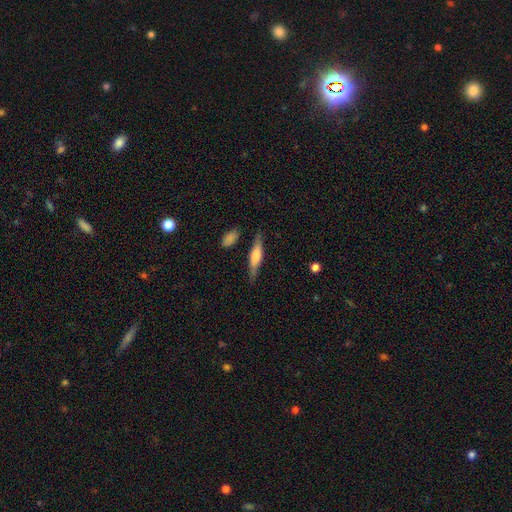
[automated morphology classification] Q: Smooth or featured?
A: featured or disk (48%); runner-up: smooth (46%)
Q: Merging?
A: none (81%); runner-up: minor disturbance (13%)